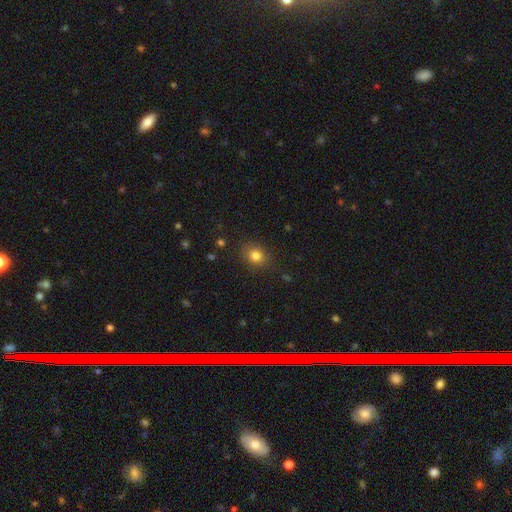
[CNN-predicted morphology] smooth 82%, star or artifact 12%, featured or disk 6%. Down the decision tree: how rounded — round (65%); merging — none (85%).